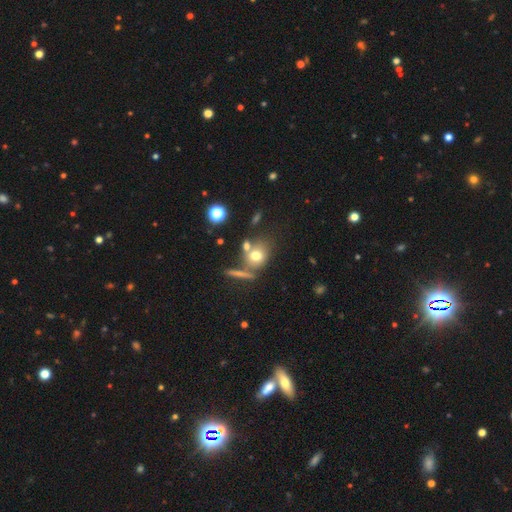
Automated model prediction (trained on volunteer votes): A smooth galaxy with no disk features (70%) that is round (58%). Merging: none (54%).